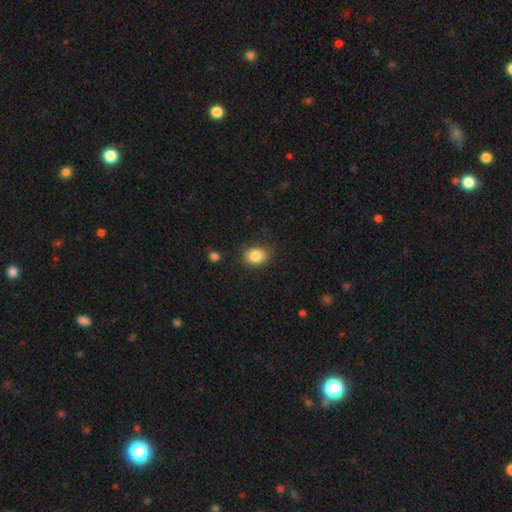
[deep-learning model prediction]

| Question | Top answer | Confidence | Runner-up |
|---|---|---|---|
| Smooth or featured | smooth | 86% | star or artifact (9%) |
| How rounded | in between | 65% | round (34%) |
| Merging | none | 81% | minor disturbance (13%) |